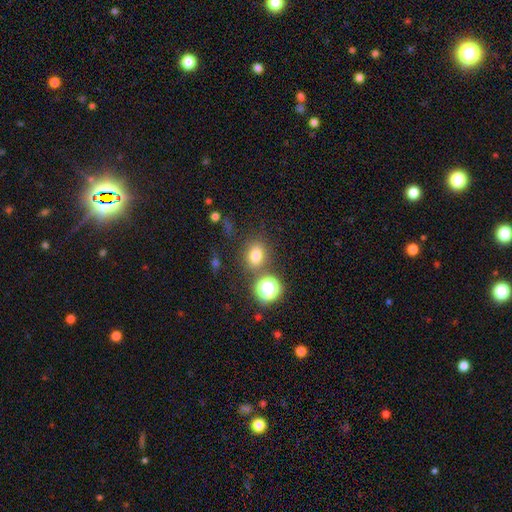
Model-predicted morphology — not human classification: Overall: smooth (74%). How rounded: round (54%; in between 45%). Merging: none (74%).